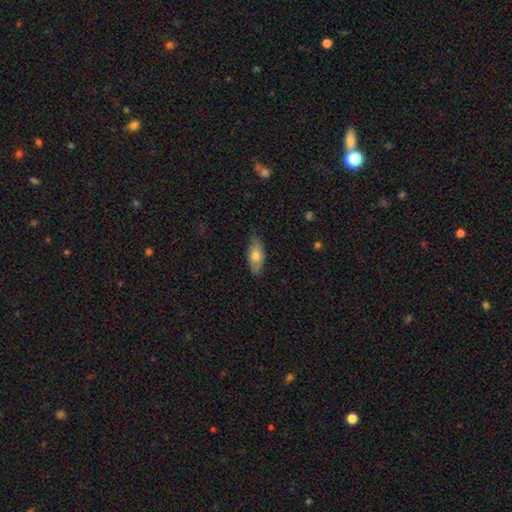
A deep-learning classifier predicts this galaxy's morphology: type=smooth (71%); roundness=in between (86%); merging=none (73%).